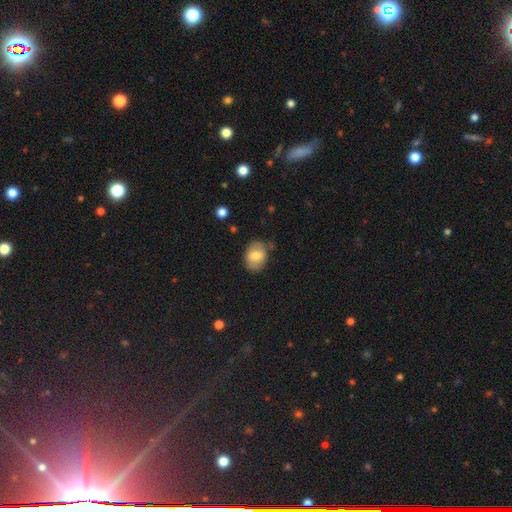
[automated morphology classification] Smooth or featured?
  - smooth: 71% *
  - featured or disk: 22%
  - star or artifact: 8%
How rounded?
  - in between: 59% *
  - round: 40%
  - cigar-shaped: 1%
Merging?
  - none: 75% *
  - minor disturbance: 18%
  - major disturbance: 4%
  - merger: 3%